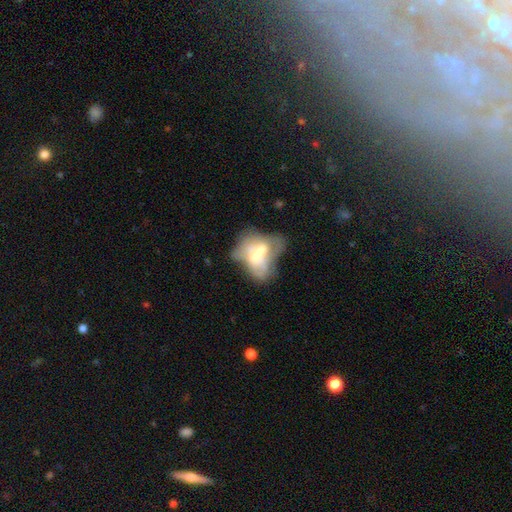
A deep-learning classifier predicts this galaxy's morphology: Smooth or featured? featured or disk (47%)
Merging? merger (70%)